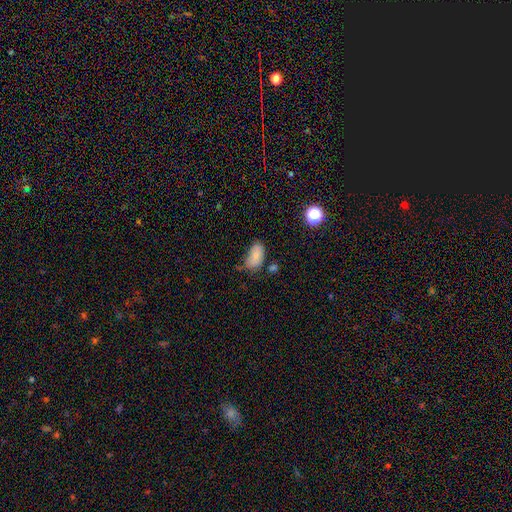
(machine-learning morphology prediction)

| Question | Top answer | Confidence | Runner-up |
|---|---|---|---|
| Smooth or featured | smooth | 81% | featured or disk (10%) |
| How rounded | in between | 93% | round (5%) |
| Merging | none | 52% | minor disturbance (33%) |